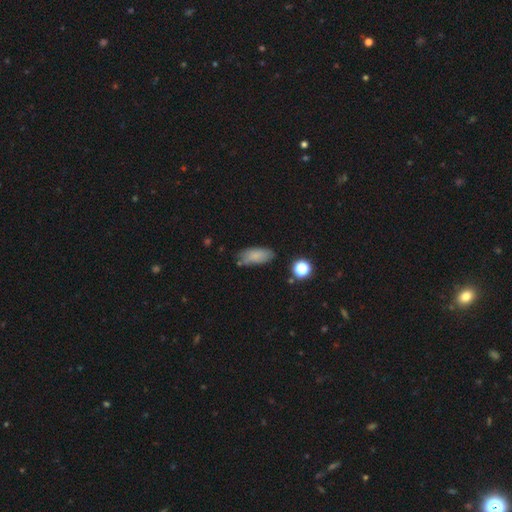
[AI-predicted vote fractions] Smooth or featured? Predicted: smooth (p=0.79). How rounded? Predicted: in between (p=0.85). Merging? Predicted: none (p=0.70).